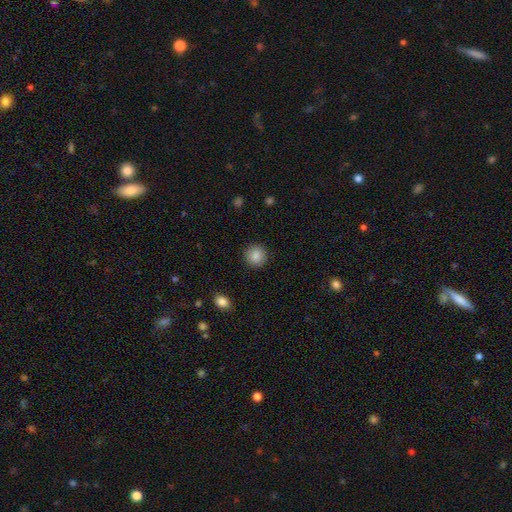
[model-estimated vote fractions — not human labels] Q: Smooth or featured?
A: smooth (87%); runner-up: star or artifact (9%)
Q: How rounded?
A: round (92%); runner-up: in between (7%)
Q: Merging?
A: none (91%); runner-up: minor disturbance (6%)